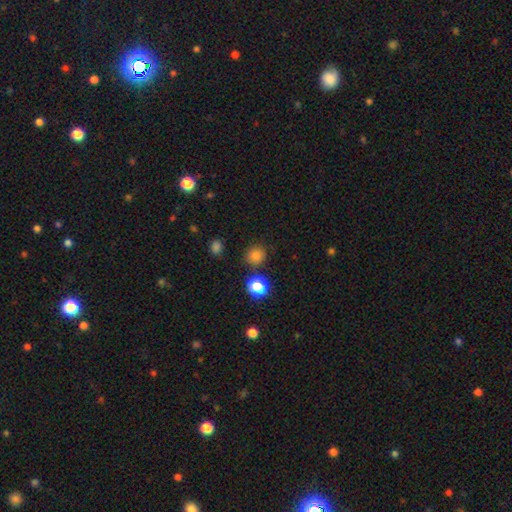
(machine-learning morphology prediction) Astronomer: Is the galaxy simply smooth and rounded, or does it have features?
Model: smooth — 79%.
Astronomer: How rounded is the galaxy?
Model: round — 89%.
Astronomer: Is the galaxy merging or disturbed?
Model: none — 84%.